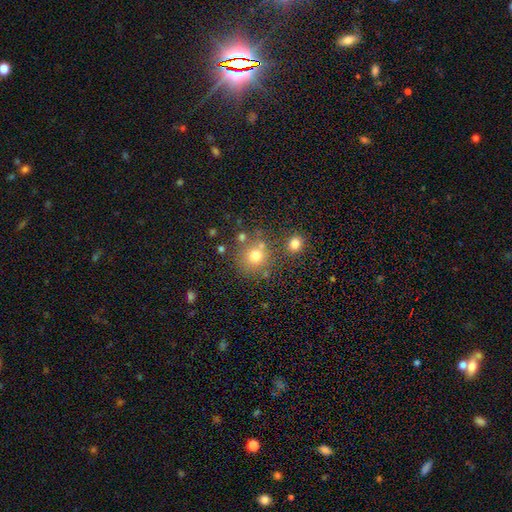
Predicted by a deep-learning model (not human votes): Smooth or featured? Predicted: smooth (p=0.72). How rounded? Predicted: round (p=0.88). Merging? Predicted: none (p=0.69).